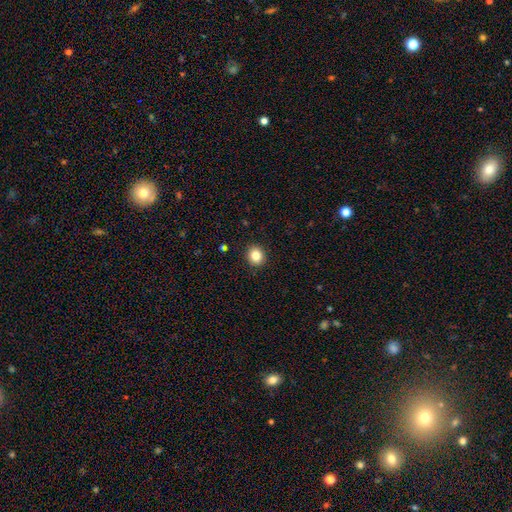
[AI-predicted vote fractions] This is clearly a smooth galaxy (84%). How rounded: likely round (80%). Merging: clearly none (92%).